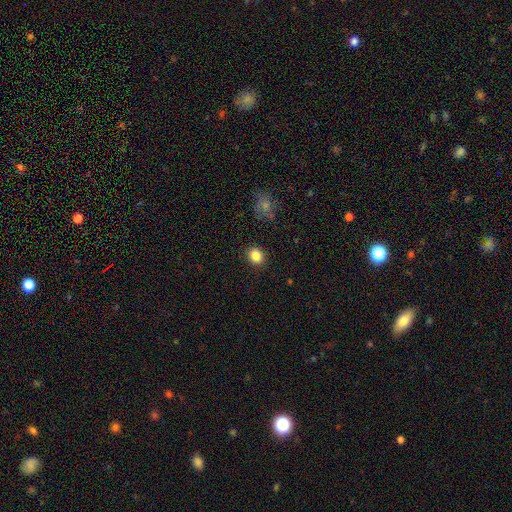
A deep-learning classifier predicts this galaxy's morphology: smooth-or-featured: smooth: 86% | star or artifact: 10% | featured or disk: 4%
  how-rounded: round: 72% | in between: 27% | cigar-shaped: 1%
  merging: none: 90% | minor disturbance: 7% | major disturbance: 2% | merger: 1%